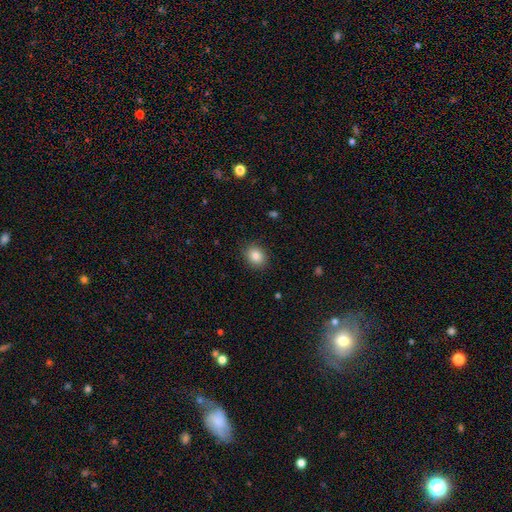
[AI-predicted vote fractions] A smooth galaxy with no disk features (85%) that is round (53%).

Vote fractions:
- Smooth or featured? smooth: 85% / star or artifact: 9% / featured or disk: 6%
- How rounded? round: 53% / in between: 46% / cigar-shaped: 1%
- Merging? none: 88% / minor disturbance: 9% / major disturbance: 2% / merger: 1%